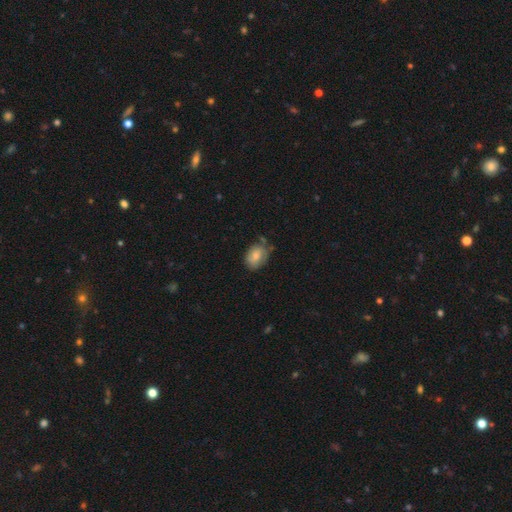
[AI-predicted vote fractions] This is likely a smooth galaxy (72%). How rounded: likely in between (75%). Merging: possibly none (59%).